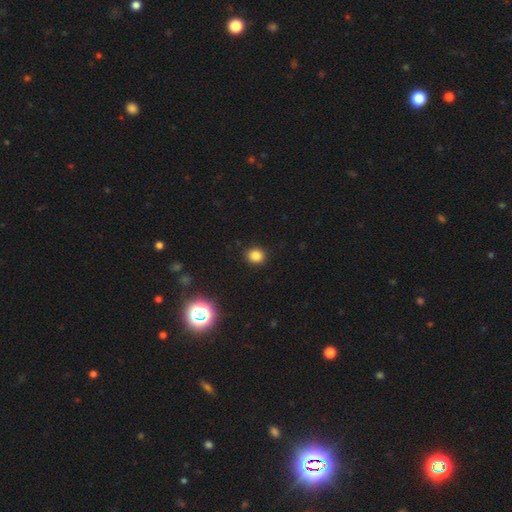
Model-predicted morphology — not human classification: This appears to be a smooth galaxy with no disk features (82%) that is round (77%). Merging: none (91%).